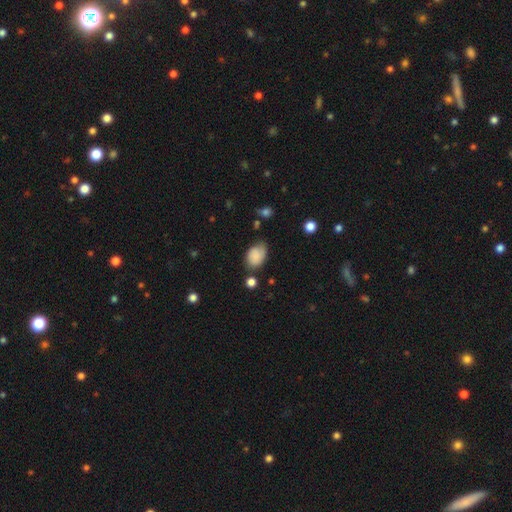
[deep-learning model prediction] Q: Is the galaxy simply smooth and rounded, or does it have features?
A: smooth — 80%.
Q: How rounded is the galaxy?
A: in between — 80%.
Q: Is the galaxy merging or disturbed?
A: none — 56%.